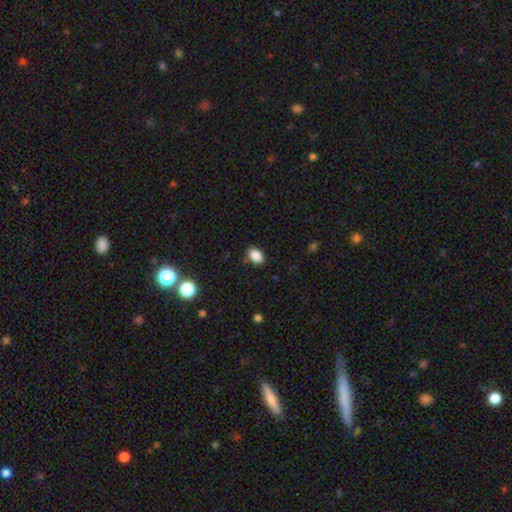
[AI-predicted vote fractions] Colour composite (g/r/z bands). It shows a smooth galaxy with no disk features (87%) that is in between round and cigar-shaped (84%). Merging: none (85%).